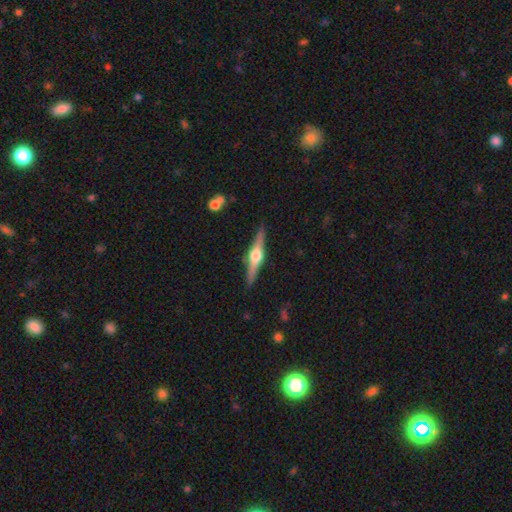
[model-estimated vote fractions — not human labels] smooth_or_featured: featured or disk (p=0.78) [alt: smooth p=0.16]
disk_edge_on: yes (p=0.98) [alt: no p=0.02]
edge_on_bulge: rounded (p=0.95) [alt: boxy p=0.04]
merging: none (p=0.90) [alt: minor disturbance p=0.07]